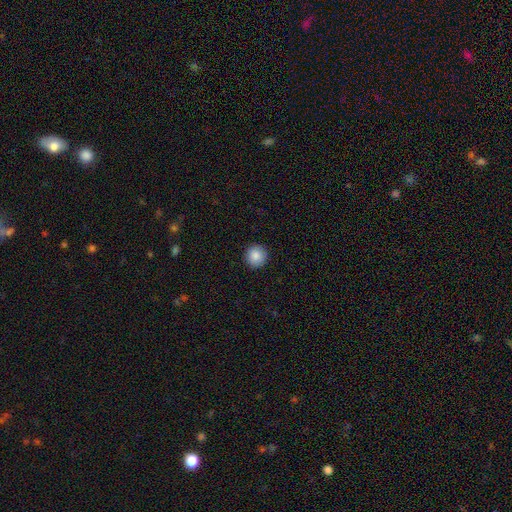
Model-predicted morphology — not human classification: This is clearly a smooth galaxy (87%). How rounded: clearly round (94%). Merging: clearly none (91%).